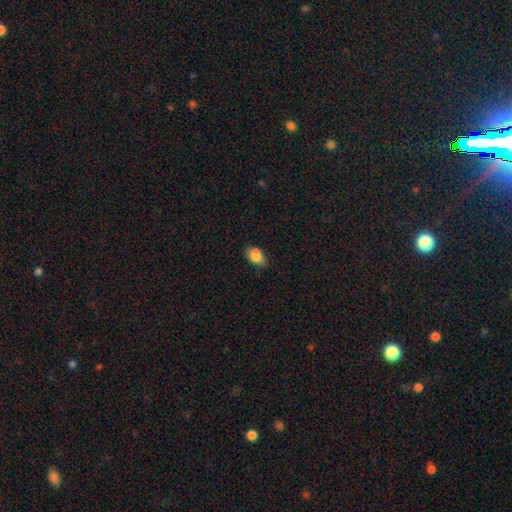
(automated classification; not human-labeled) This appears to be a smooth galaxy with no disk features (85%) that is in between round and cigar-shaped (84%). Merging: none (65%).